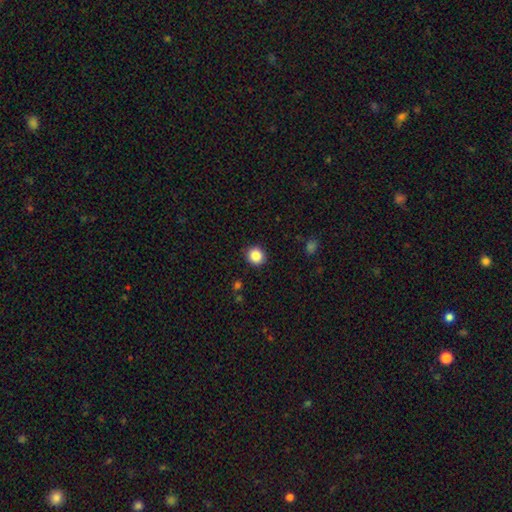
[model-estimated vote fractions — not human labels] This is clearly a smooth galaxy (87%). How rounded: clearly round (90%). Merging: clearly none (91%).